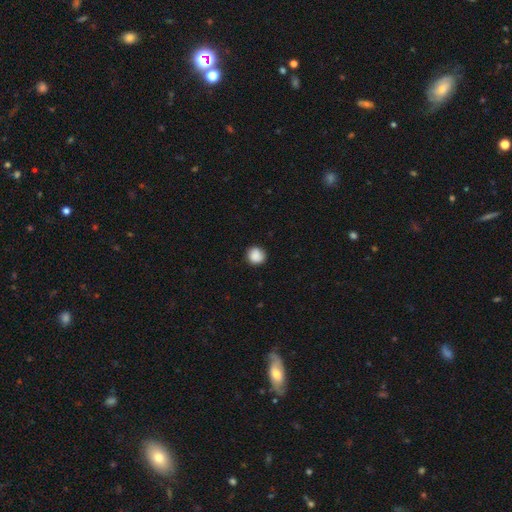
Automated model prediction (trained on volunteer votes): A smooth galaxy with no disk features (86%) that is round (90%).

Vote fractions:
- Smooth or featured? smooth: 86% / star or artifact: 9% / featured or disk: 5%
- How rounded? round: 90% / in between: 9% / cigar-shaped: 1%
- Merging? none: 84% / minor disturbance: 13% / major disturbance: 3% / merger: 1%